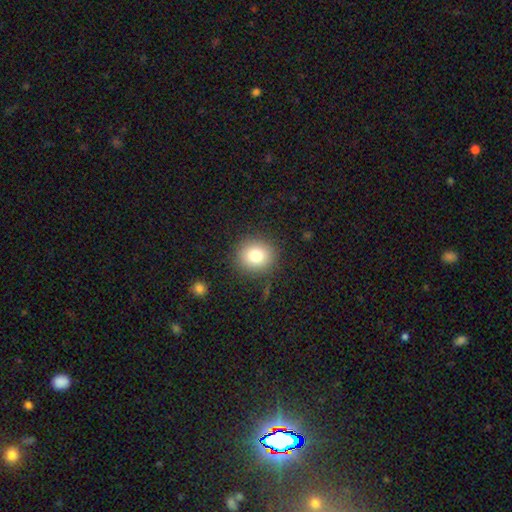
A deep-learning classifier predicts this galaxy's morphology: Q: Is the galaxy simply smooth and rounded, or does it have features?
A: smooth — 79%.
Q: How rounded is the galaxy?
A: round — 86%.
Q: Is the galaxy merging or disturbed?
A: none — 88%.